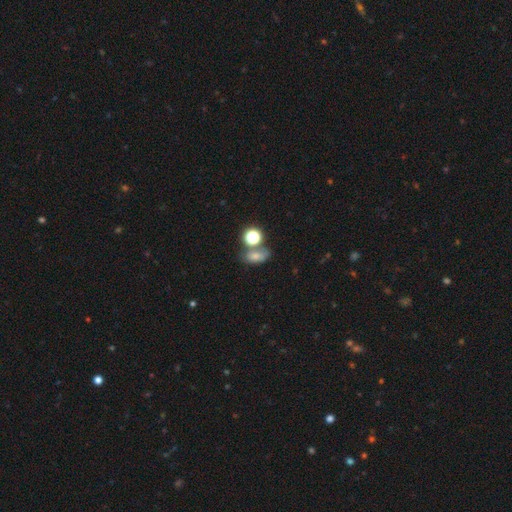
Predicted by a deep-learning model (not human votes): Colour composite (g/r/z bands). It shows a smooth galaxy with no disk features (63%) that is in between round and cigar-shaped (70%). Merging: none (47%).